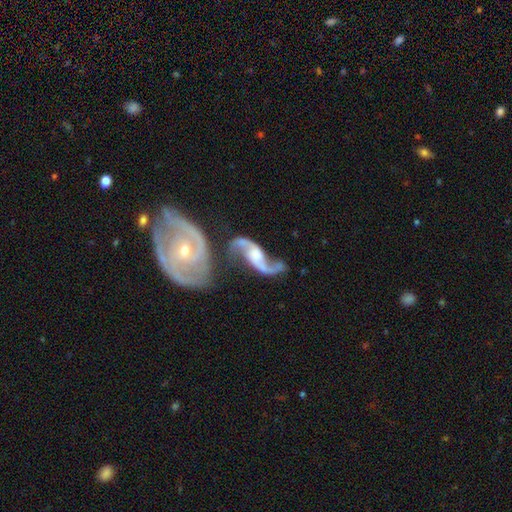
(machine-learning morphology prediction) Smooth or featured?
  - featured or disk: 89% *
  - smooth: 7%
  - star or artifact: 5%
Edge-on disk?
  - no: 95% *
  - yes: 5%
Bar?
  - no: 48% *
  - weak: 38%
  - strong: 14%
Spiral arms?
  - yes: 96% *
  - no: 4%
Spiral winding?
  - loose: 82% *
  - medium: 14%
  - tight: 4%
Spiral arm count?
  - 2: 93% *
  - 1: 2%
  - can't tell: 2%
  - 3: 1%
  - 4: 1%
  - more than 4: 1%
Bulge size?
  - moderate: 35% *
  - small: 27%
  - none: 19%
  - large: 16%
  - dominant: 3%
Merging?
  - none: 41% *
  - merger: 30%
  - minor disturbance: 16%
  - major disturbance: 14%